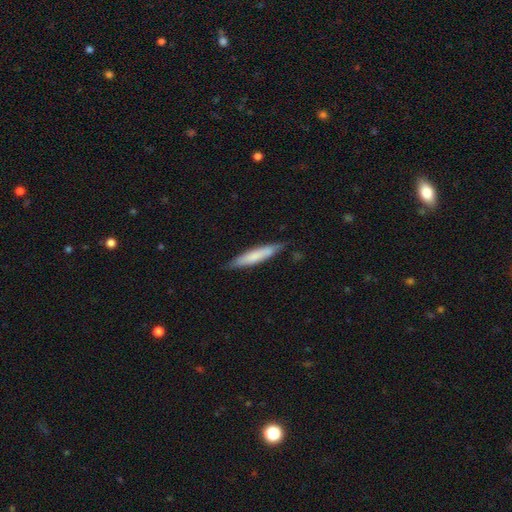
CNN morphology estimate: Smooth or featured: smooth — 71% (featured or disk — 24%)
How rounded: cigar-shaped — 88% (in between — 11%)
Merging: none — 80% (minor disturbance — 16%)